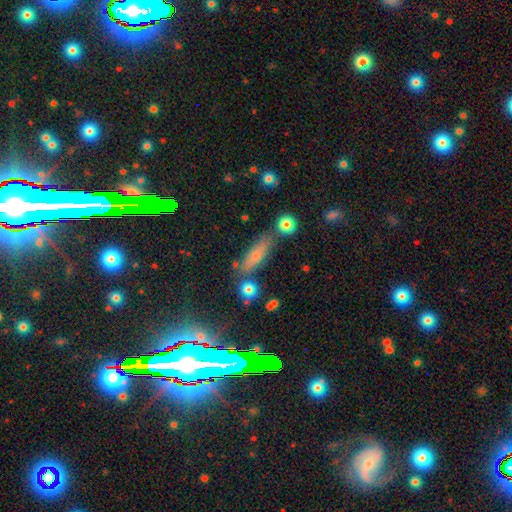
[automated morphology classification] This is likely a smooth galaxy (66%). How rounded: possibly cigar-shaped (56%). Merging: likely none (72%).